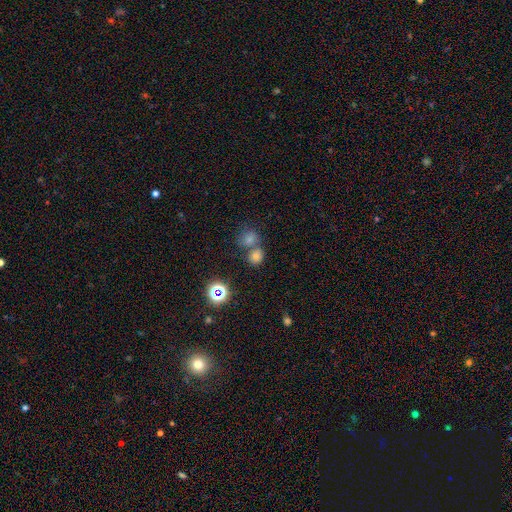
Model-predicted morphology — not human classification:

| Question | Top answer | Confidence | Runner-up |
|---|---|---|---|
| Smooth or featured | smooth | 68% | star or artifact (23%) |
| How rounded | round | 71% | in between (28%) |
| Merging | none | 48% | merger (40%) |